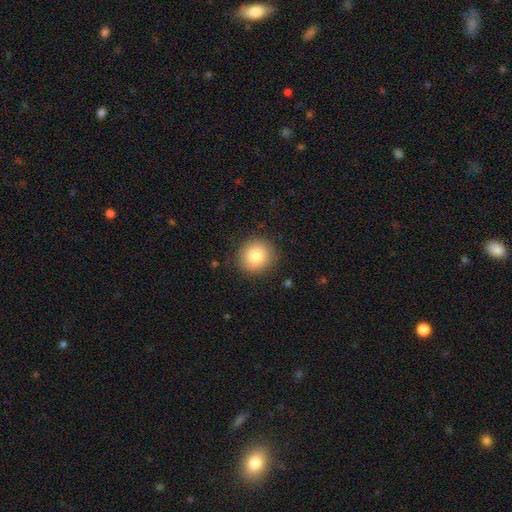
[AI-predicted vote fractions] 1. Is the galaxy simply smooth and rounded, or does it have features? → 82% smooth, 9% star or artifact, 8% featured or disk.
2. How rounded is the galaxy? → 88% round, 11% in between, 1% cigar-shaped.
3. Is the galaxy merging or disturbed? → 87% none, 9% minor disturbance, 3% major disturbance, 1% merger.